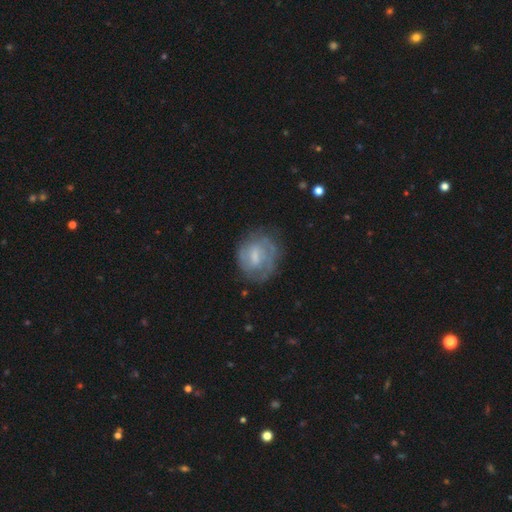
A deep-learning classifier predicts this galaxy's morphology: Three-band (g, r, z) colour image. It shows a featured or disk galaxy (61%) with a weak bar (56%), spiral arms (67%) and a small central bulge (35%, tied with moderate). Merging: none (64%).